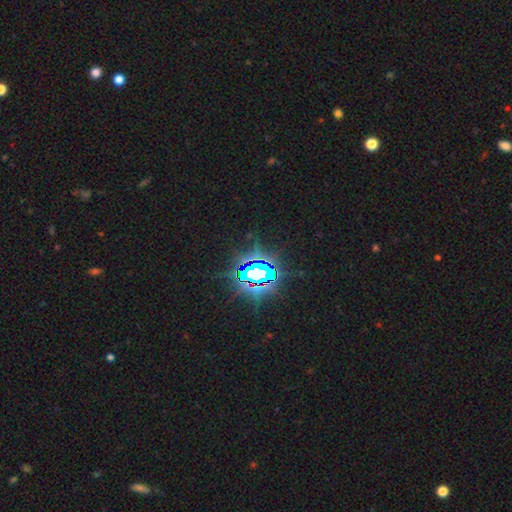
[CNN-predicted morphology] type=star or artifact (79%).